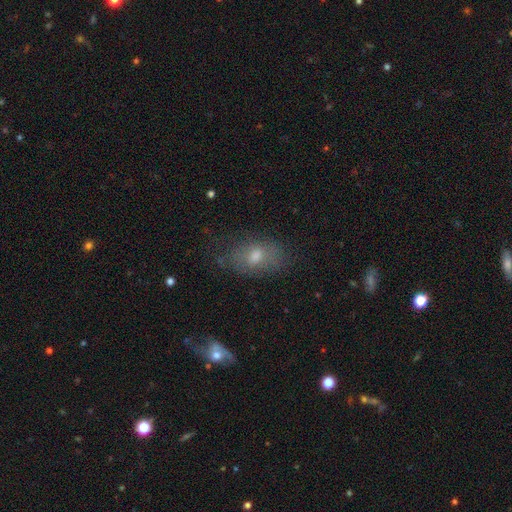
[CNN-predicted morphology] Smooth or featured? smooth (58%)
How rounded? in between (82%)
Merging? none (66%)